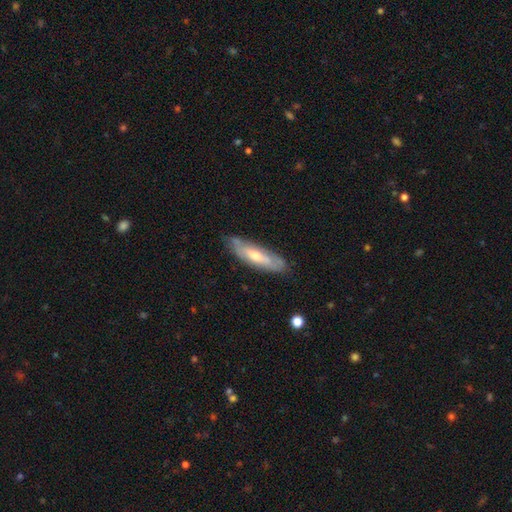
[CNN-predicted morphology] smooth_or_featured: featured or disk (p=0.50) [alt: smooth p=0.41]
merging: none (p=0.83) [alt: minor disturbance p=0.13]